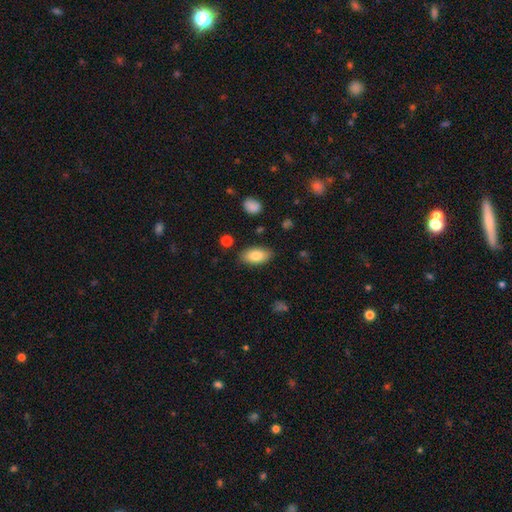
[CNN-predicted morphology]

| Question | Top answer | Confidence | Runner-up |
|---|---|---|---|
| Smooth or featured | smooth | 83% | featured or disk (10%) |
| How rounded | in between | 92% | cigar-shaped (4%) |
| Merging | none | 84% | minor disturbance (11%) |